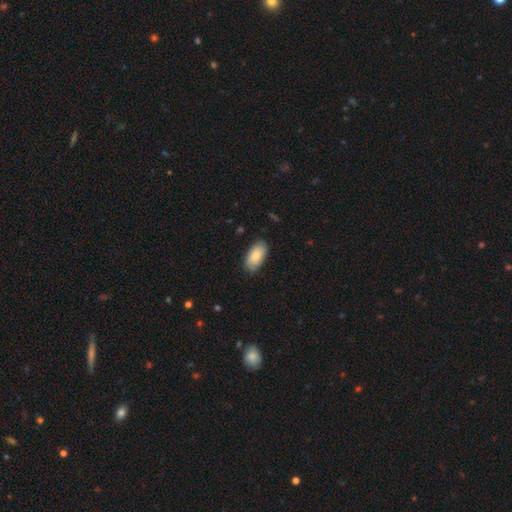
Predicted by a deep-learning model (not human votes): A smooth galaxy with no disk features (80%) that is in between round and cigar-shaped (94%).

Vote fractions:
- Smooth or featured? smooth: 80% / featured or disk: 14% / star or artifact: 6%
- How rounded? in between: 94% / cigar-shaped: 3% / round: 3%
- Merging? none: 80% / minor disturbance: 16% / major disturbance: 2% / merger: 1%